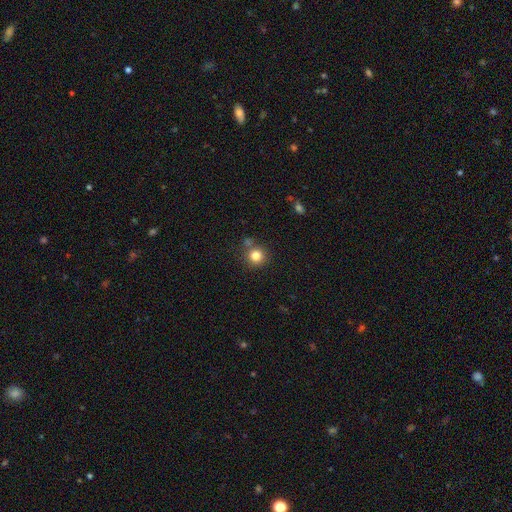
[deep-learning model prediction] Q: Smooth or featured?
A: smooth (82%); runner-up: star or artifact (12%)
Q: How rounded?
A: round (93%); runner-up: in between (6%)
Q: Merging?
A: none (78%); runner-up: merger (9%)